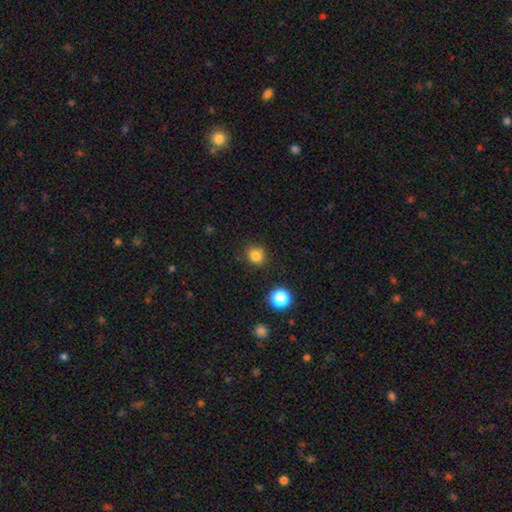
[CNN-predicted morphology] This is clearly a smooth galaxy (83%). How rounded: clearly round (81%). Merging: clearly none (84%).